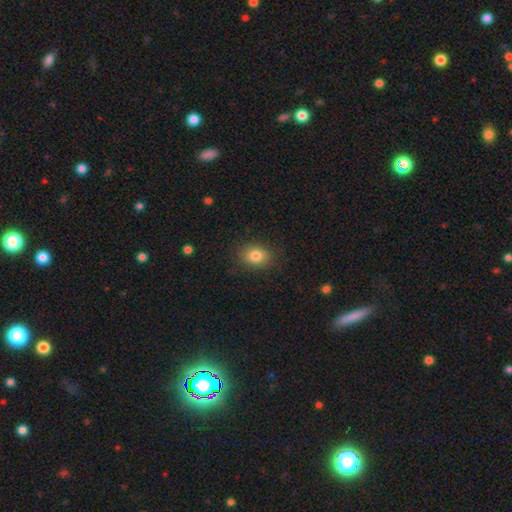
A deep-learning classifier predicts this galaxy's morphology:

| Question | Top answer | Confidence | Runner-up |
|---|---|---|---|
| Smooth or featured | smooth | 82% | star or artifact (10%) |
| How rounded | in between | 58% | round (41%) |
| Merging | none | 86% | minor disturbance (10%) |